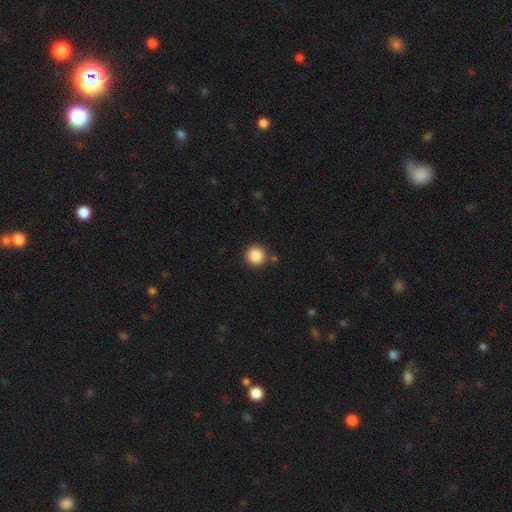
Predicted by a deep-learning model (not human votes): This is clearly a smooth galaxy (87%). How rounded: clearly round (96%). Merging: clearly none (89%).